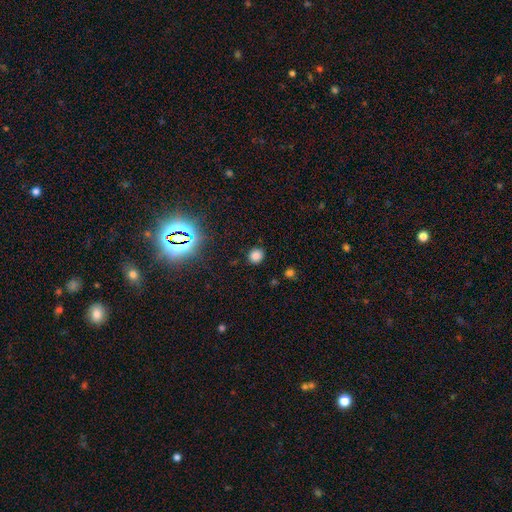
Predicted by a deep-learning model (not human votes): smooth-or-featured: smooth: 79% | star or artifact: 17% | featured or disk: 4%
  how-rounded: round: 84% | in between: 15% | cigar-shaped: 1%
  merging: none: 89% | minor disturbance: 7% | major disturbance: 3% | merger: 2%